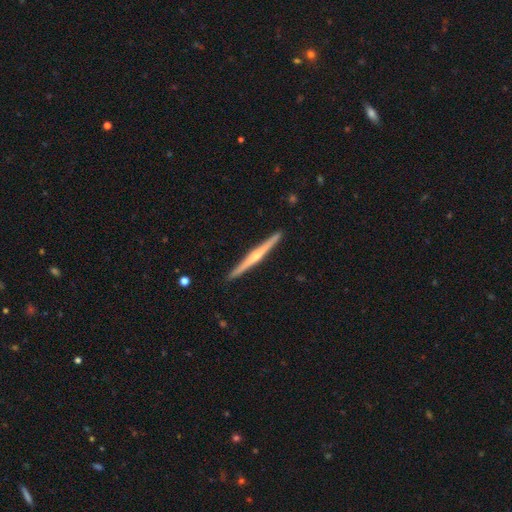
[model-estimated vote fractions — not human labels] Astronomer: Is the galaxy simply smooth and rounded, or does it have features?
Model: featured or disk — 75%.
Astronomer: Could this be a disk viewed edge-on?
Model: yes — 98%.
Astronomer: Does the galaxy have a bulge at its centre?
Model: rounded — 80%.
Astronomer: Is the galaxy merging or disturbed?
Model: none — 92%.